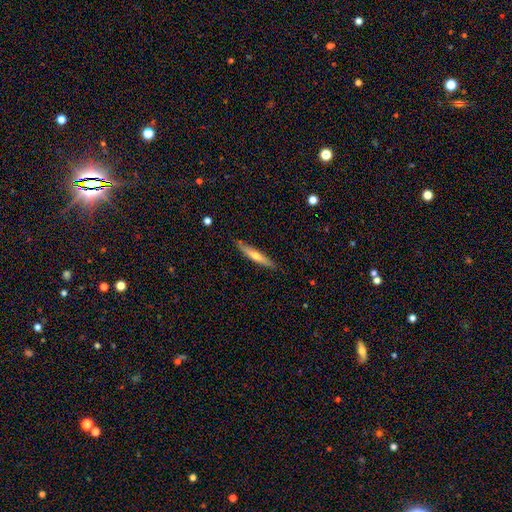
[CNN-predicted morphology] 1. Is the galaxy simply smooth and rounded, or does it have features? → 51% smooth, 43% featured or disk, 6% star or artifact.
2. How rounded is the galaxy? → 91% cigar-shaped, 8% in between, 1% round.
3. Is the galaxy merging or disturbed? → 86% none, 11% minor disturbance, 2% major disturbance, 1% merger.